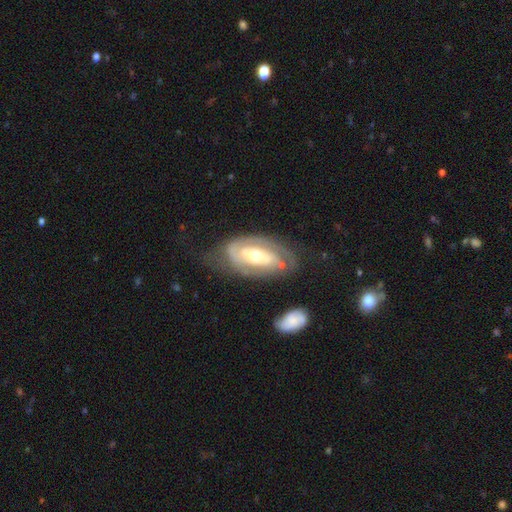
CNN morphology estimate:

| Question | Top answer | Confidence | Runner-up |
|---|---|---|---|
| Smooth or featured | featured or disk | 80% | smooth (15%) |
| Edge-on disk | no | 93% | yes (7%) |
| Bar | no | 53% | weak (29%) |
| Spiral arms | yes | 83% | no (17%) |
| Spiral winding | tight | 63% | medium (27%) |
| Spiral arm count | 2 | 49% | can't tell (32%) |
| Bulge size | moderate | 61% | small (32%) |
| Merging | none | 61% | minor disturbance (22%) |